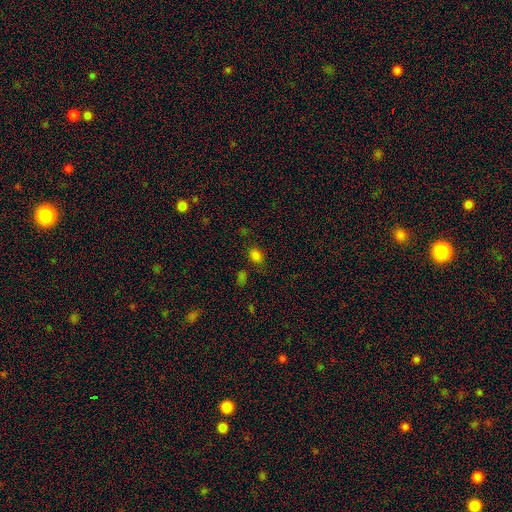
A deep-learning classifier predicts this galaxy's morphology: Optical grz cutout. It shows a smooth galaxy with no disk features (77%) that is in between round and cigar-shaped (62%). Merging: none (75%).